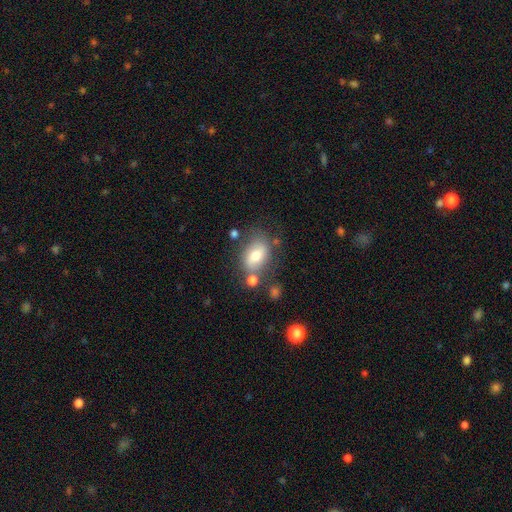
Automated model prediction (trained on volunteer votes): Overall: smooth (63%; featured or disk 28%). How rounded: in between (80%). Merging: none (63%).